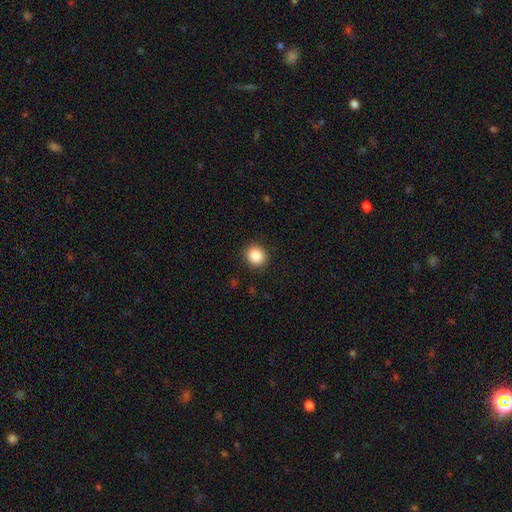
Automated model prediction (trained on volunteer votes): This appears to be a smooth galaxy with no disk features (88%) that is round (87%). Merging: none (91%).